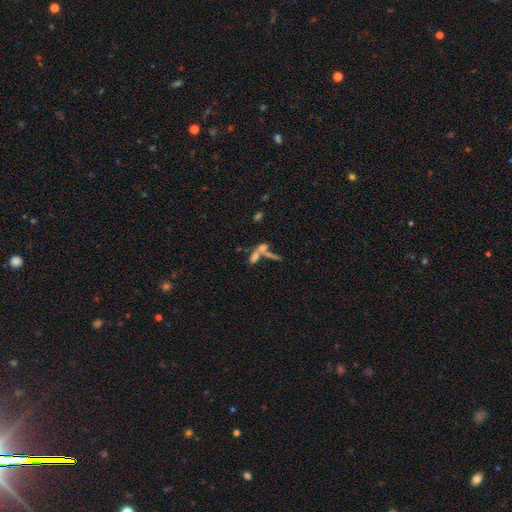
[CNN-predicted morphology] type=smooth (50%); roundness=in between (50%); merging=merger (56%).